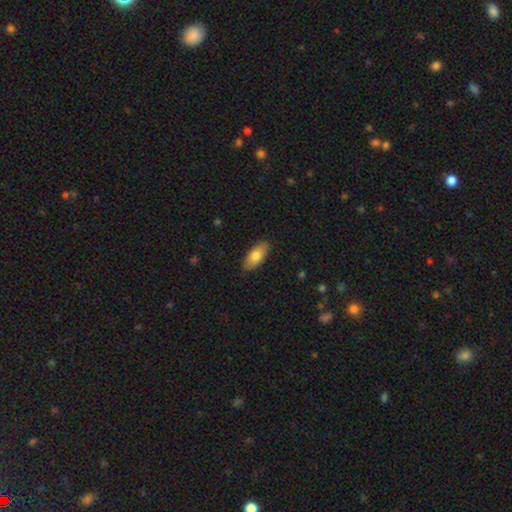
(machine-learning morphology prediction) A smooth galaxy with no disk features (77%) that is in between round and cigar-shaped (87%). Merging: none (85%).